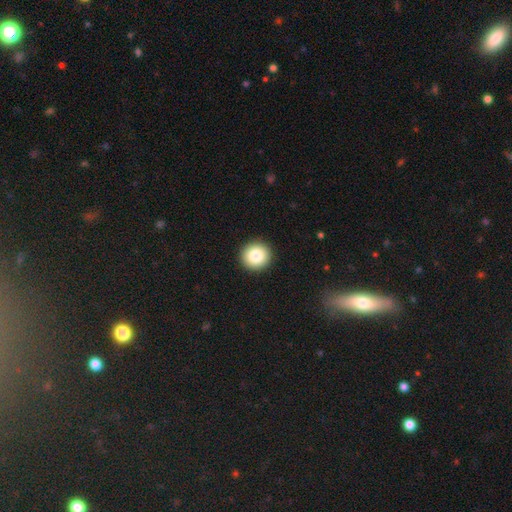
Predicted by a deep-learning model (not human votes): smooth-or-featured: smooth: 84% | star or artifact: 9% | featured or disk: 7%
  how-rounded: round: 93% | in between: 6% | cigar-shaped: 1%
  merging: none: 93% | minor disturbance: 4% | major disturbance: 1% | merger: 1%